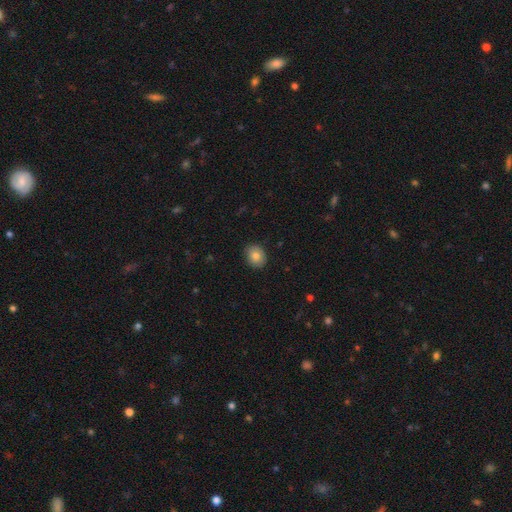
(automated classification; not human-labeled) This is likely a smooth galaxy (79%). How rounded: possibly round (56%). Merging: clearly none (88%).